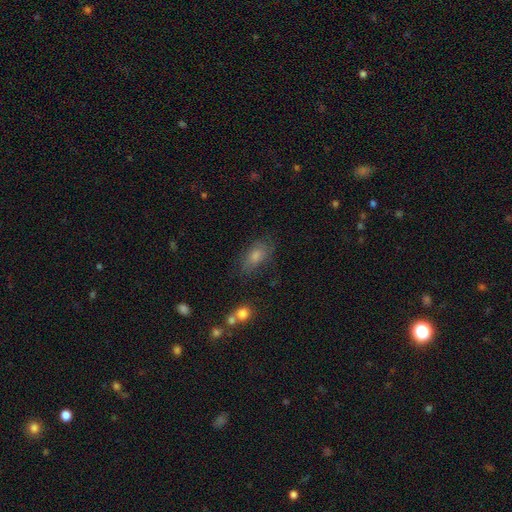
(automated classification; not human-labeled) Q: Smooth or featured?
A: smooth (59%); runner-up: star or artifact (22%)
Q: How rounded?
A: in between (81%); runner-up: round (13%)
Q: Merging?
A: none (75%); runner-up: minor disturbance (16%)